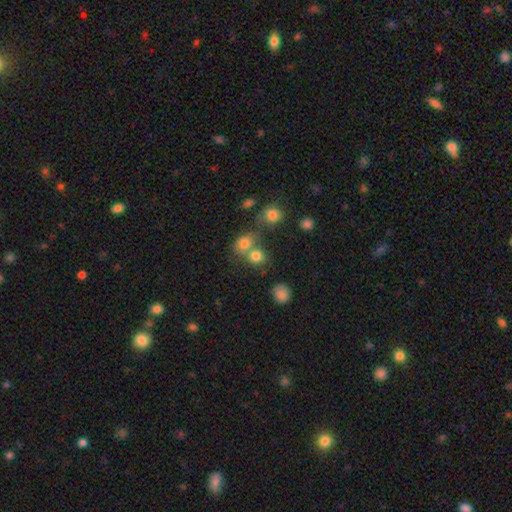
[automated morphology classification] Overall: smooth (77%). How rounded: round (75%). Merging: merger (45%; none 42%).